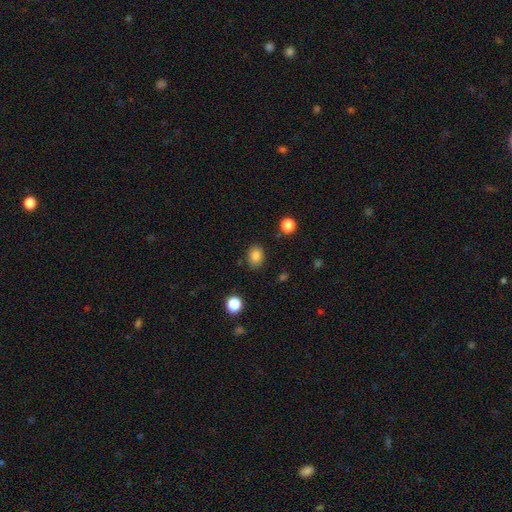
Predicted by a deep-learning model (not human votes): This appears to be a smooth galaxy with no disk features (84%) that is in between round and cigar-shaped (60%). Merging: none (84%).